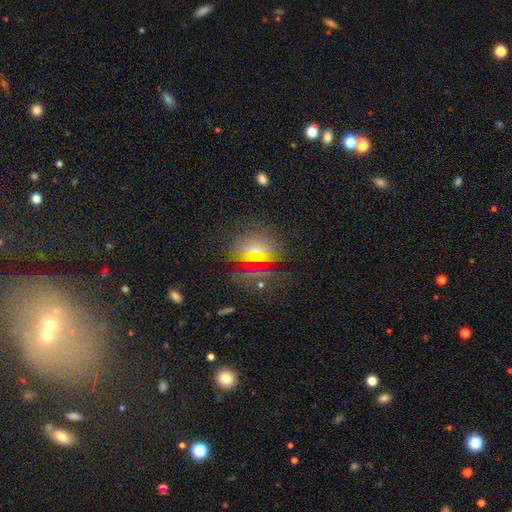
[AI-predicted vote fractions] Smooth or featured?
  - smooth: 52% *
  - star or artifact: 32%
  - featured or disk: 16%
How rounded?
  - round: 61% *
  - in between: 36%
  - cigar-shaped: 3%
Merging?
  - none: 76% *
  - minor disturbance: 13%
  - major disturbance: 5%
  - merger: 5%